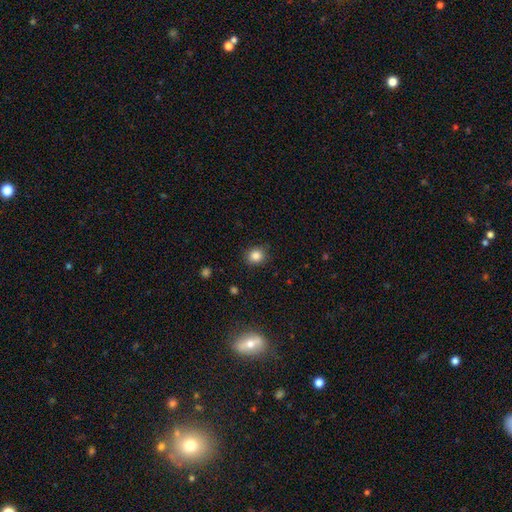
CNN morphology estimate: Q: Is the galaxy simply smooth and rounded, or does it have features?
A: smooth — 84%.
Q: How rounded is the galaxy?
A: round — 83%.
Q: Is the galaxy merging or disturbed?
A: none — 86%.